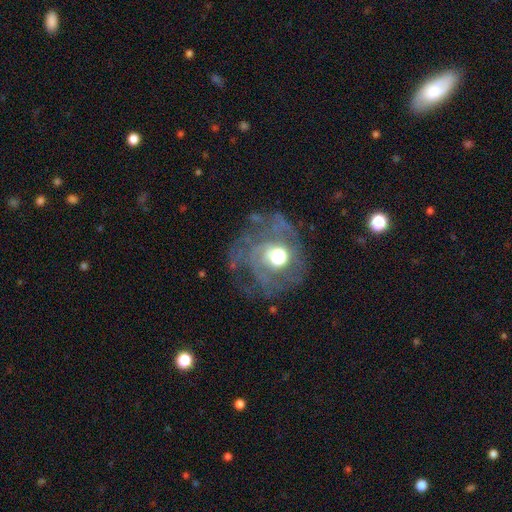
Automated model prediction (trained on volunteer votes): The model was most divided on "spiral arms": yes: 64%, no: 36%. More confident: edge-on disk — no (97%); bar — no (79%); smooth or featured — featured or disk (69%); bulge size — moderate (62%); merging — none (54%).